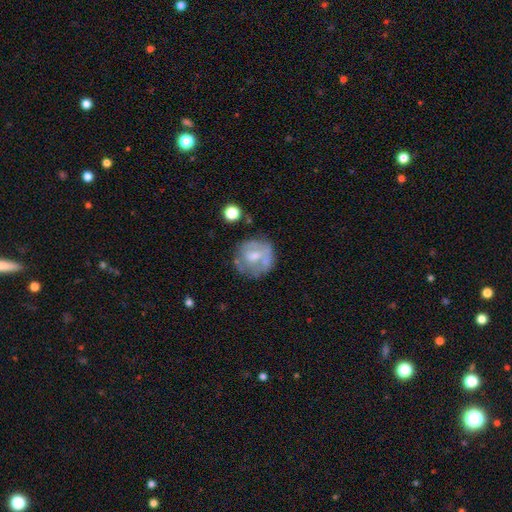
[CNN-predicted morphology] Smooth or featured? Predicted: featured or disk (p=0.46). Merging? Predicted: none (p=0.56).